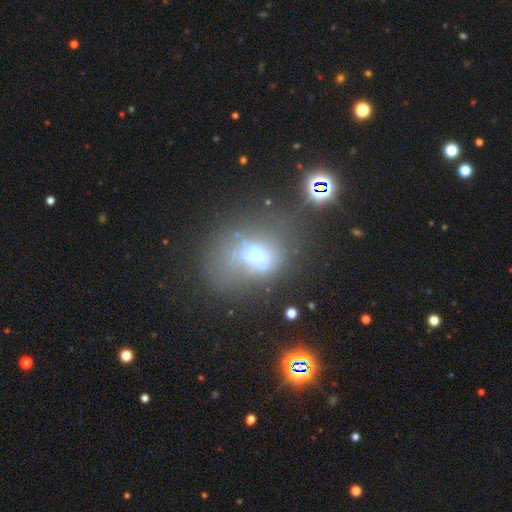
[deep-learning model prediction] smooth 50%, featured or disk 31%, star or artifact 19%. Down the decision tree: how rounded — in between (58%); merging — major disturbance (37%).